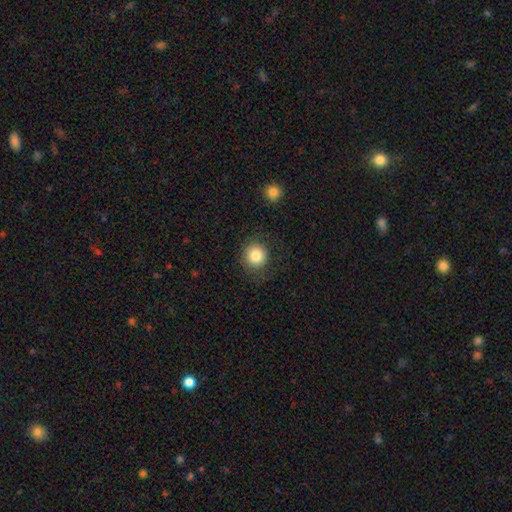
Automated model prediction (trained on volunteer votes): Smooth or featured: smooth — 82% (star or artifact — 10%)
How rounded: round — 92% (in between — 7%)
Merging: none — 83% (minor disturbance — 11%)